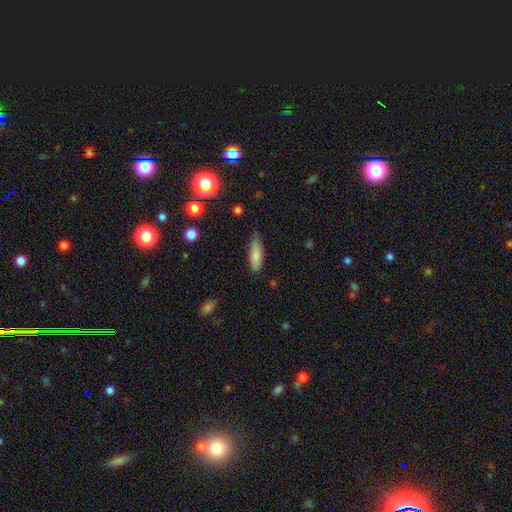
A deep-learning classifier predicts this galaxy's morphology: Smooth or featured: smooth — 84% (featured or disk — 9%)
How rounded: in between — 60% (cigar-shaped — 38%)
Merging: none — 63% (minor disturbance — 30%)